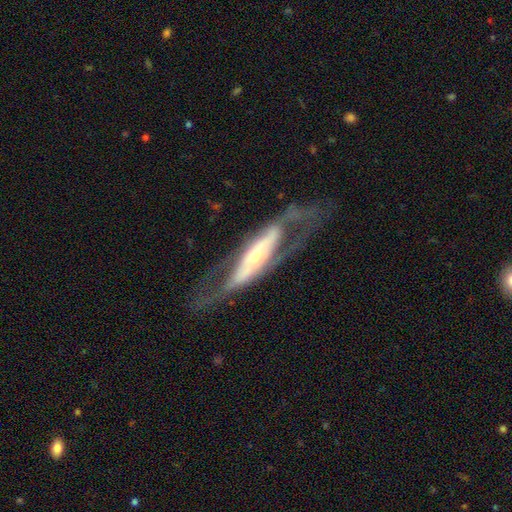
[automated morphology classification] Overall: featured or disk (78%). Edge-on disk: no (65%; yes 35%). Bar: strong (40%, tied with no). Spiral arms: yes (68%; no 32%). Bulge size: small (47%; moderate 39%). Merging: none (57%; major disturbance 24%).